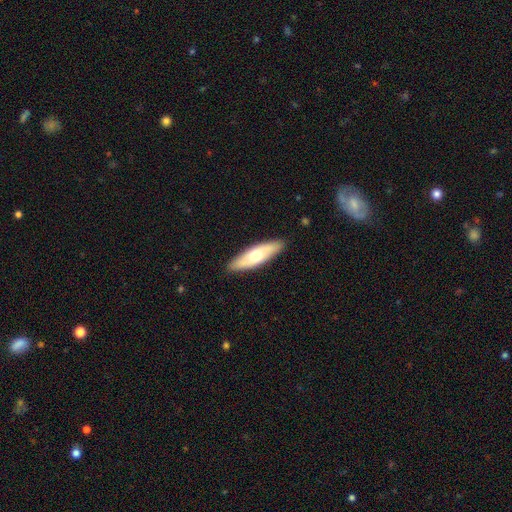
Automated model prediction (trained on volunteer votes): Smooth or featured? smooth (58%)
How rounded? cigar-shaped (55%)
Merging? none (89%)